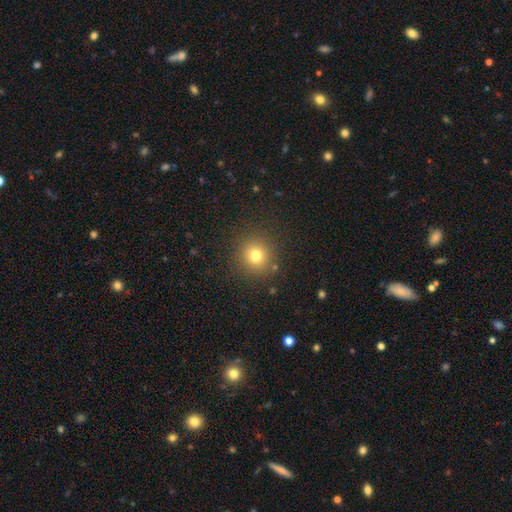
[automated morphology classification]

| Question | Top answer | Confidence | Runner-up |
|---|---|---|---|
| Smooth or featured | smooth | 76% | star or artifact (16%) |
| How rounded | round | 93% | in between (6%) |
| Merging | none | 88% | minor disturbance (7%) |